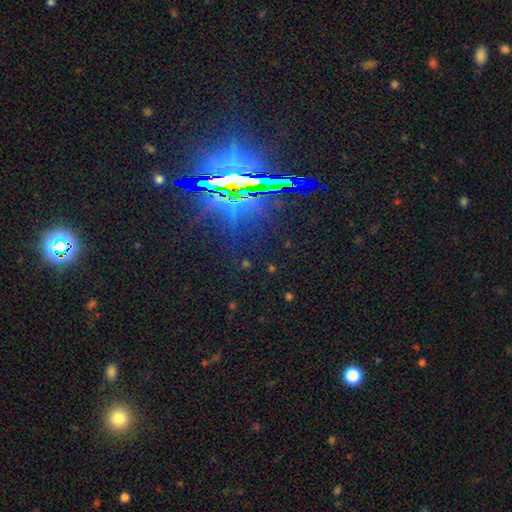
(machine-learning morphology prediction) Overall: star or artifact (81%).